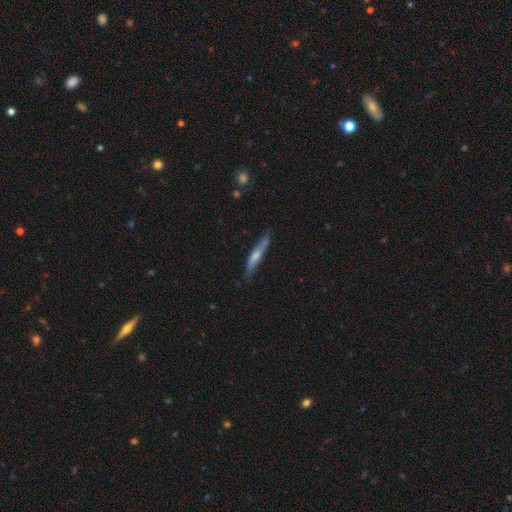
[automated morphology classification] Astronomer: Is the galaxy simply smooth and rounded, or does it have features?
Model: smooth — 48% (runner-up: featured or disk, 46%).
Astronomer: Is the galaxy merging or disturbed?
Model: none — 73%.